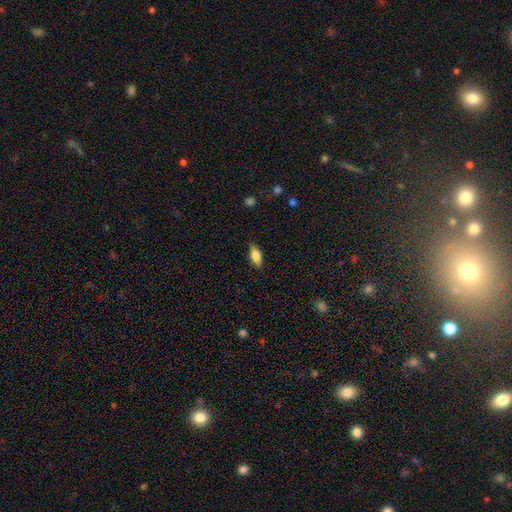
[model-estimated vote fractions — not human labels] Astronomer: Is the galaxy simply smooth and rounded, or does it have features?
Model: smooth — 83%.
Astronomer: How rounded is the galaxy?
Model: in between — 83%.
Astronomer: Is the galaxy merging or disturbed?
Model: none — 84%.